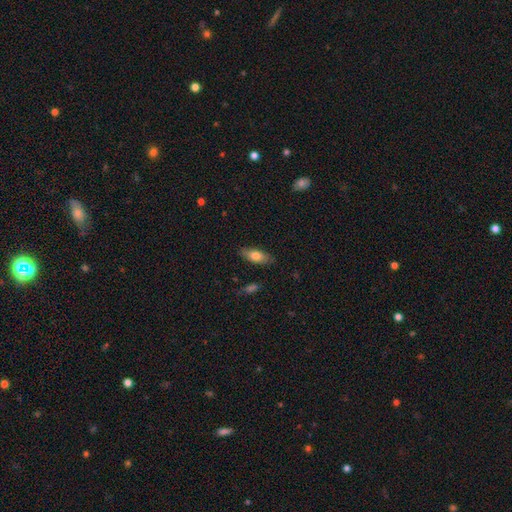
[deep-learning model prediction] Smooth or featured: smooth — 75% (featured or disk — 19%)
How rounded: in between — 75% (cigar-shaped — 22%)
Merging: none — 84% (minor disturbance — 12%)